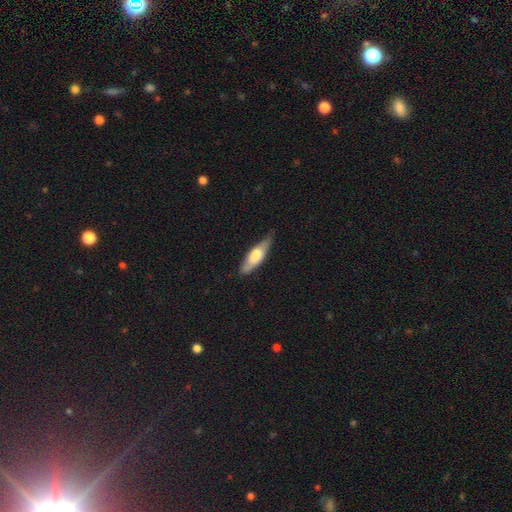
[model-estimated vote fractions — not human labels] Smooth or featured: smooth — 59% (featured or disk — 36%)
How rounded: cigar-shaped — 52% (in between — 46%)
Merging: none — 71% (minor disturbance — 23%)